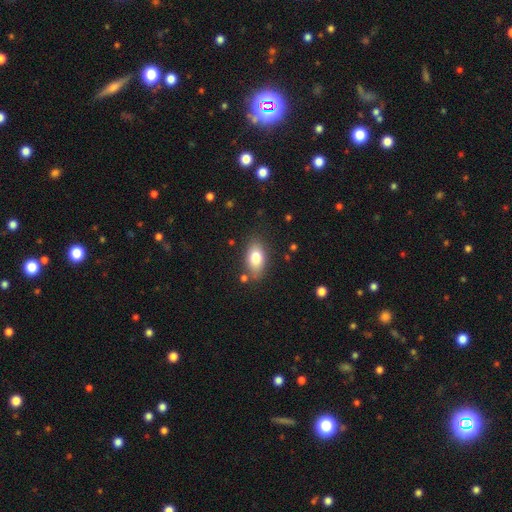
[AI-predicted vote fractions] Smooth or featured: smooth — 79% (featured or disk — 13%)
How rounded: in between — 89% (round — 7%)
Merging: none — 79% (minor disturbance — 13%)